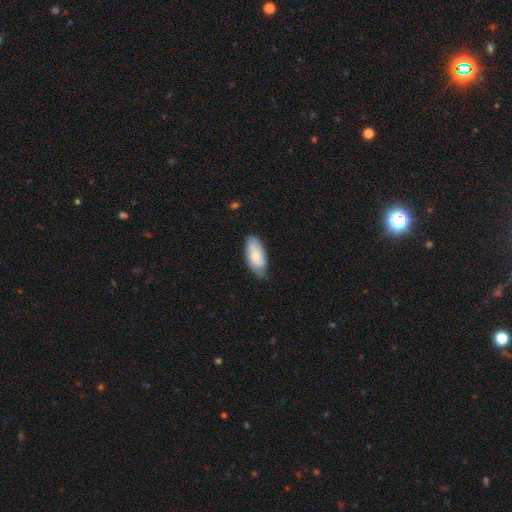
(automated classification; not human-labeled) smooth 65%, featured or disk 29%, star or artifact 6%. Down the decision tree: how rounded — in between (89%); merging — none (64%).